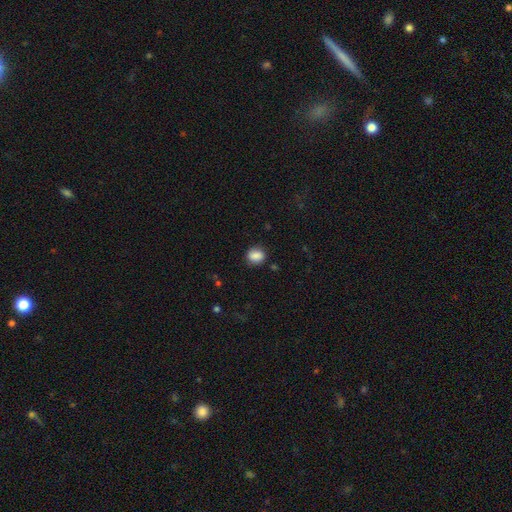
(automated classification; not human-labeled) A smooth galaxy with no disk features (85%) that is round (57%). Merging: none (83%).